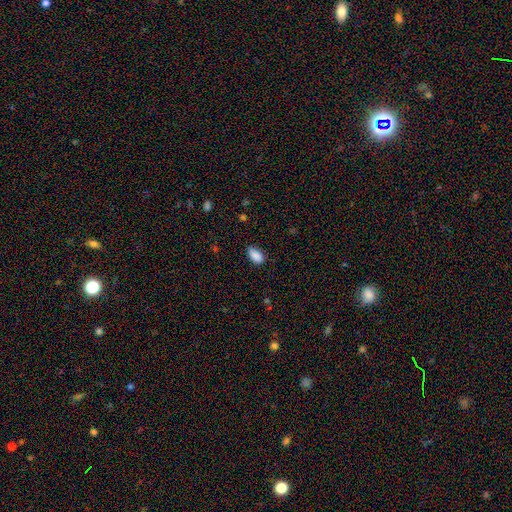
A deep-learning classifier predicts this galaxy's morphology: Smooth or featured?
  - smooth: 88% *
  - star or artifact: 8%
  - featured or disk: 4%
How rounded?
  - in between: 92% *
  - cigar-shaped: 4%
  - round: 4%
Merging?
  - none: 76% *
  - minor disturbance: 20%
  - major disturbance: 3%
  - merger: 1%